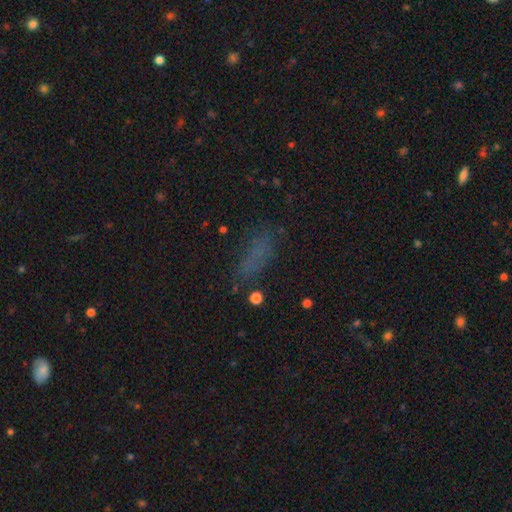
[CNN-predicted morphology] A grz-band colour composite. It shows a smooth galaxy with no disk features (60%) that is in between round and cigar-shaped (58%). Merging: none (68%).